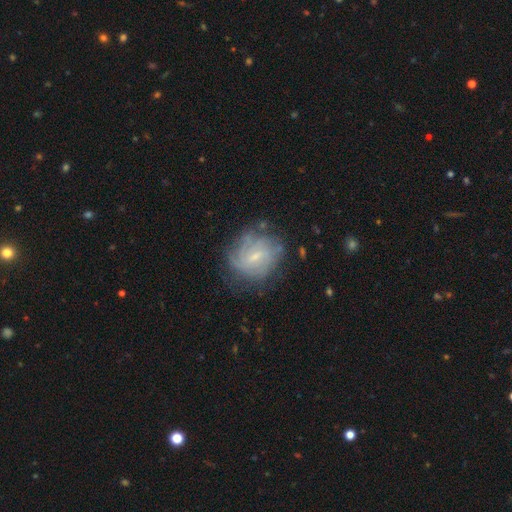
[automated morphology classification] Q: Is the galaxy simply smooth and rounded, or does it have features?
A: featured or disk — 63%.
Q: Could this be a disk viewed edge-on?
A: no — 96%.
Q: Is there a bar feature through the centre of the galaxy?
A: weak — 58%.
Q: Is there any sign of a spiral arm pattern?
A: yes — 74%.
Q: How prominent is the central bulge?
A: small — 60%.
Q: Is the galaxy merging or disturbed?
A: none — 64%.